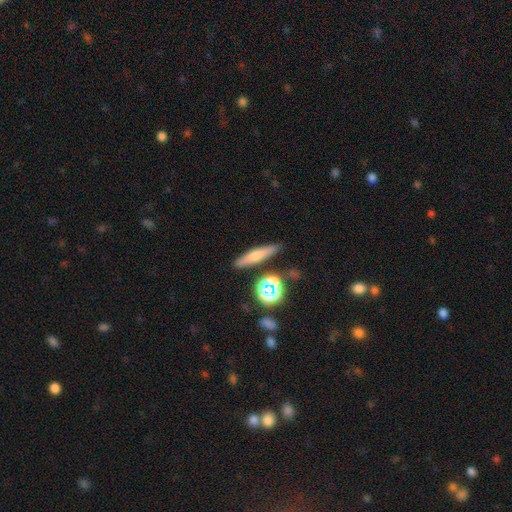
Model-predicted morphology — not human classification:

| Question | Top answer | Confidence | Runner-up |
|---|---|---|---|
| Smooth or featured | smooth | 53% | featured or disk (33%) |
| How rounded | cigar-shaped | 75% | in between (15%) |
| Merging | none | 85% | minor disturbance (8%) |